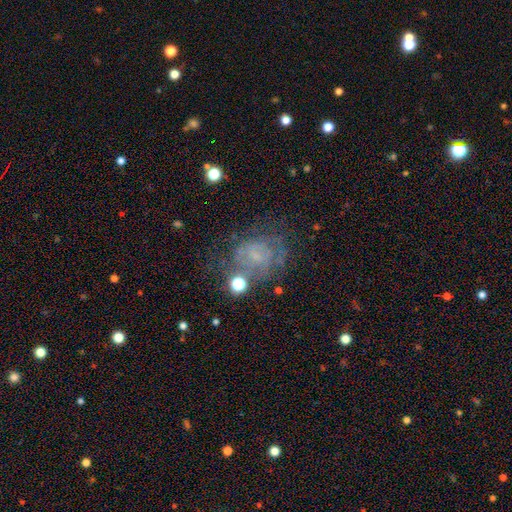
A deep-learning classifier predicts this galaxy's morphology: A featured or disk galaxy (57%) with no bar (66%), spiral arms (63%) and a small central bulge (57%).

Vote fractions:
- Smooth or featured? featured or disk: 57% / smooth: 25% / star or artifact: 18%
- Edge-on disk? no: 97% / yes: 3%
- Bar? no: 66% / weak: 28% / strong: 6%
- Spiral arms? yes: 63% / no: 37%
- Bulge size? small: 57% / none: 28% / moderate: 13% / large: 2% / dominant: 1%
- Merging? none: 52% / minor disturbance: 21% / major disturbance: 20% / merger: 7%